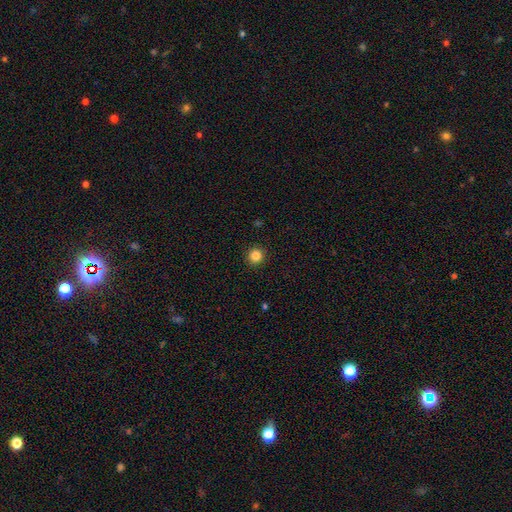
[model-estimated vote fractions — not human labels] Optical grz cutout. It shows a smooth galaxy with no disk features (85%) that is round (93%). Merging: none (92%).